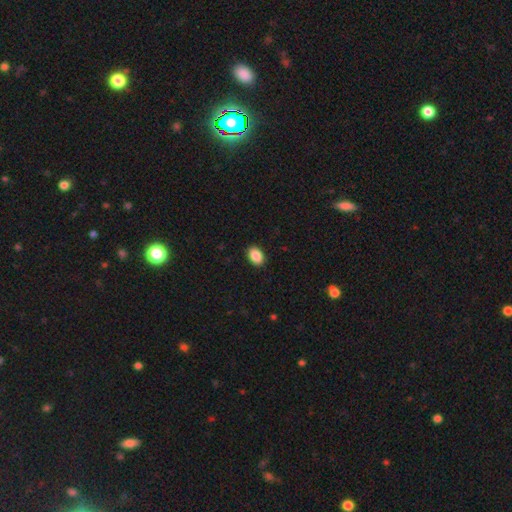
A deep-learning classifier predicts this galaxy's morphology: This appears to be a smooth galaxy with no disk features (89%) that is in between round and cigar-shaped (82%). Merging: none (90%).